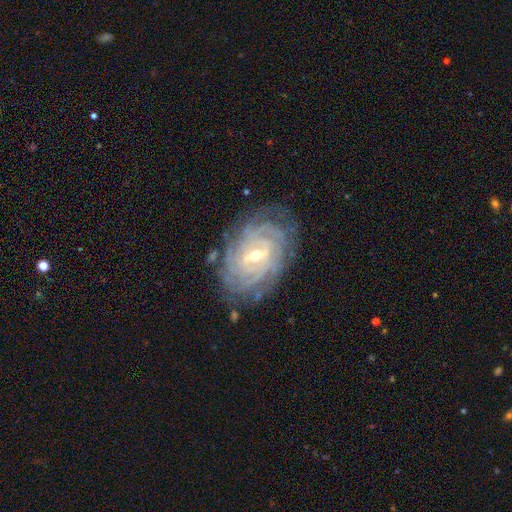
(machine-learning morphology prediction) Smooth or featured?
  - featured or disk: 90% *
  - smooth: 5%
  - star or artifact: 5%
Edge-on disk?
  - no: 96% *
  - yes: 4%
Bar?
  - weak: 53% *
  - strong: 33%
  - no: 15%
Spiral arms?
  - yes: 97% *
  - no: 3%
Spiral winding?
  - tight: 81% *
  - medium: 16%
  - loose: 3%
Spiral arm count?
  - can't tell: 32% *
  - 4: 25%
  - more than 4: 17%
  - 3: 12%
  - 2: 9%
  - 1: 6%
Bulge size?
  - moderate: 53% *
  - small: 43%
  - large: 2%
  - none: 1%
  - dominant: 1%
Merging?
  - none: 77% *
  - minor disturbance: 16%
  - major disturbance: 5%
  - merger: 1%